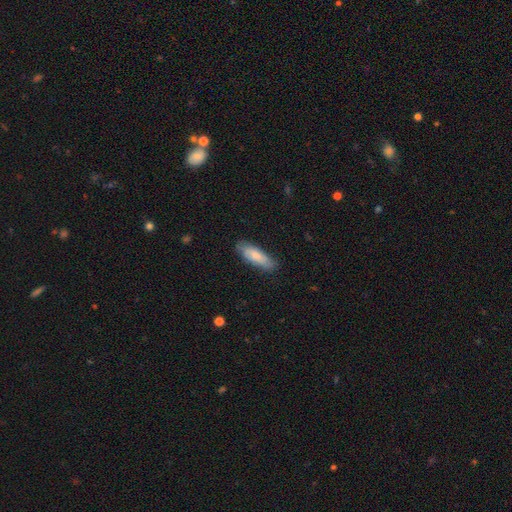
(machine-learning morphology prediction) Smooth or featured? smooth (75%)
How rounded? in between (54%)
Merging? none (77%)